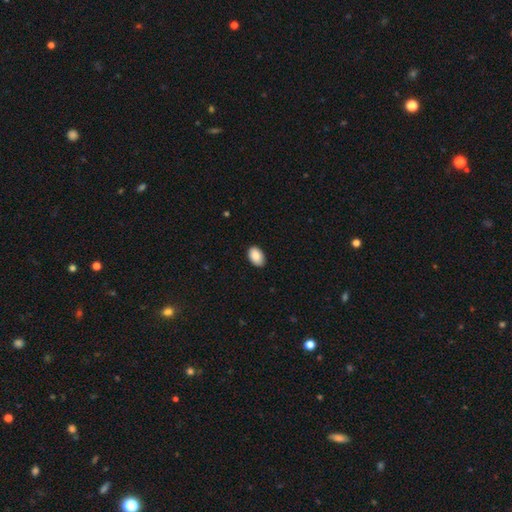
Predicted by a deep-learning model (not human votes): A smooth galaxy with no disk features (90%) that is in between round and cigar-shaped (91%). Merging: none (86%).